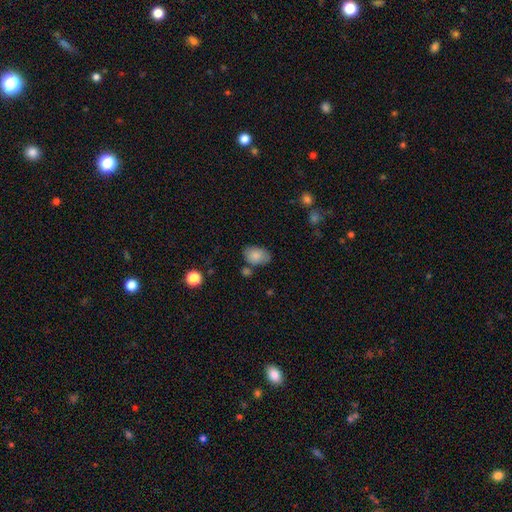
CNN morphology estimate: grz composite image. It shows a smooth galaxy with no disk features (84%) that is in between round and cigar-shaped (85%). Merging: none (65%).